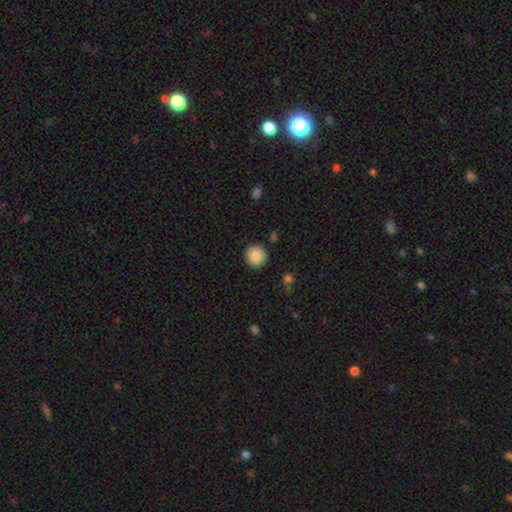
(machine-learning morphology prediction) Smooth or featured: smooth — 88% (star or artifact — 8%)
How rounded: round — 94% (in between — 5%)
Merging: none — 89% (minor disturbance — 7%)